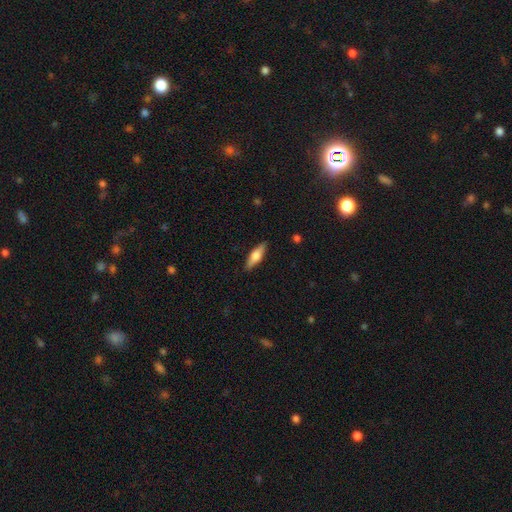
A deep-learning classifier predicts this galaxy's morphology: Q: Smooth or featured?
A: smooth (58%); runner-up: featured or disk (36%)
Q: How rounded?
A: cigar-shaped (53%); runner-up: in between (45%)
Q: Merging?
A: none (89%); runner-up: minor disturbance (9%)